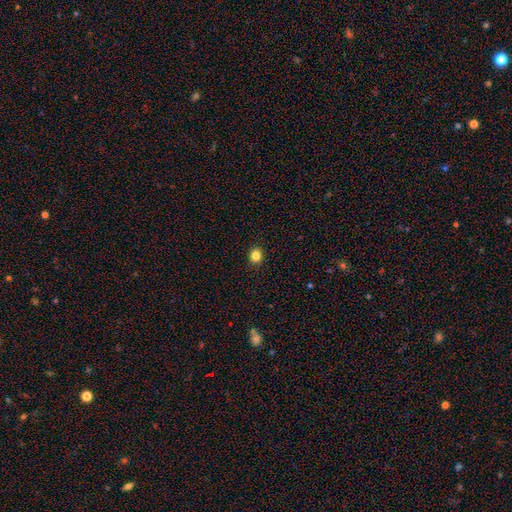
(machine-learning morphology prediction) type=smooth (83%); roundness=round (76%); merging=none (91%).